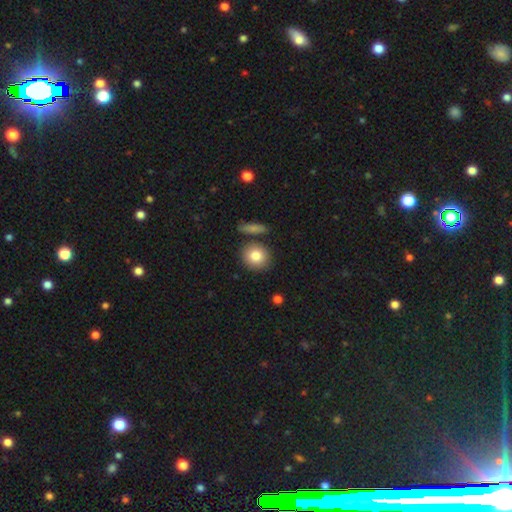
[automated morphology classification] Smooth or featured?
  - smooth: 83% *
  - featured or disk: 10%
  - star or artifact: 8%
How rounded?
  - round: 81% *
  - in between: 17%
  - cigar-shaped: 2%
Merging?
  - none: 80% *
  - minor disturbance: 9%
  - merger: 8%
  - major disturbance: 3%